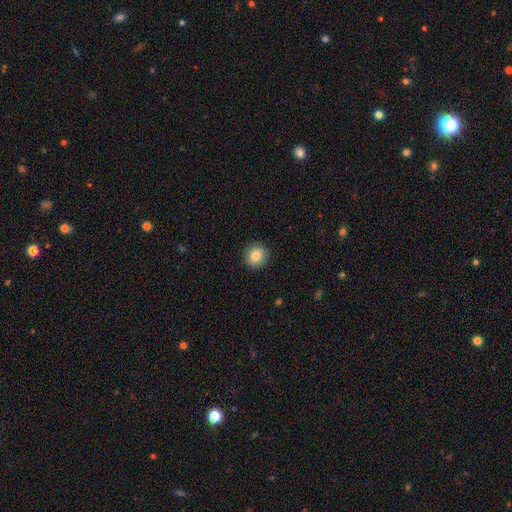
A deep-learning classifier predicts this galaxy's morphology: This is clearly a smooth galaxy (85%). How rounded: clearly round (92%). Merging: clearly none (92%).